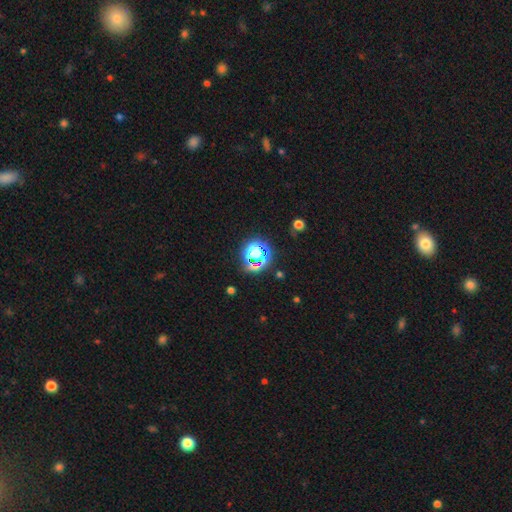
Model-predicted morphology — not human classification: A star or artifact, not a galaxy (61%).

Vote fractions:
- Smooth or featured? star or artifact: 61% / smooth: 29% / featured or disk: 10%